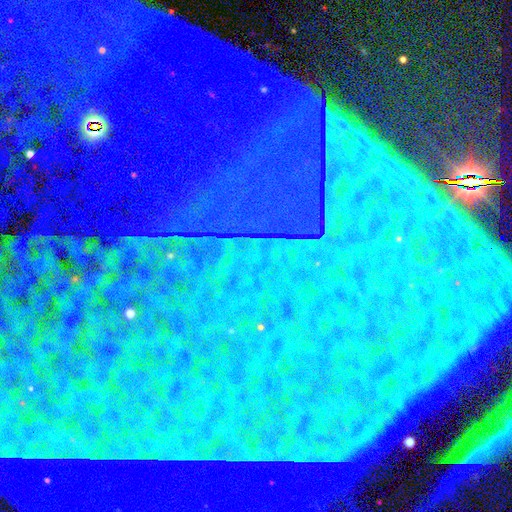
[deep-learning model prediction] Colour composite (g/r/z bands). It shows a star or artifact, not a galaxy (86%).